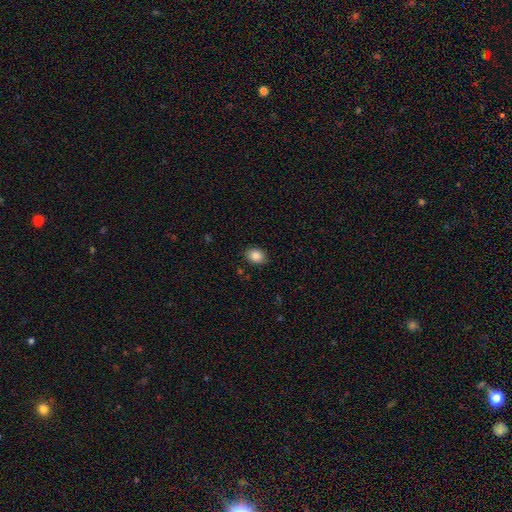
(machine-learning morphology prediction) Smooth or featured: smooth — 86% (star or artifact — 8%)
How rounded: in between — 69% (round — 30%)
Merging: none — 87% (minor disturbance — 10%)